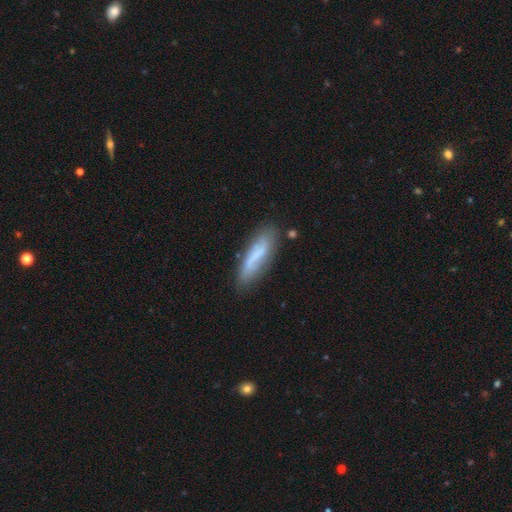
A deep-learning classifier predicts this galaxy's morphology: Smooth or featured? Predicted: smooth (p=0.51). How rounded? Predicted: cigar-shaped (p=0.61). Merging? Predicted: none (p=0.71).